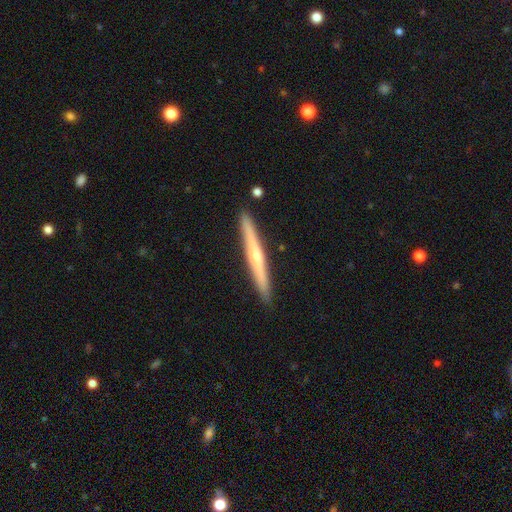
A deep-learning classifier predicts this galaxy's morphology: Smooth or featured?
  - featured or disk: 63% *
  - smooth: 32%
  - star or artifact: 5%
Edge-on disk?
  - yes: 97% *
  - no: 3%
Edge-on bulge?
  - rounded: 70% *
  - none: 27%
  - boxy: 3%
Merging?
  - none: 91% *
  - minor disturbance: 6%
  - merger: 1%
  - major disturbance: 1%